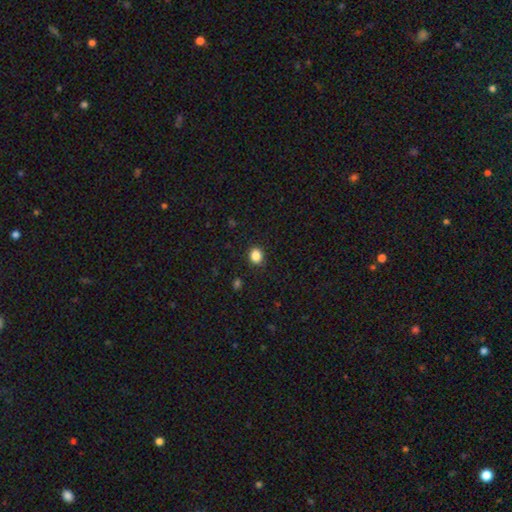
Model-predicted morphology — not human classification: Smooth or featured? Predicted: smooth (p=0.86). How rounded? Predicted: round (p=0.66). Merging? Predicted: none (p=0.90).